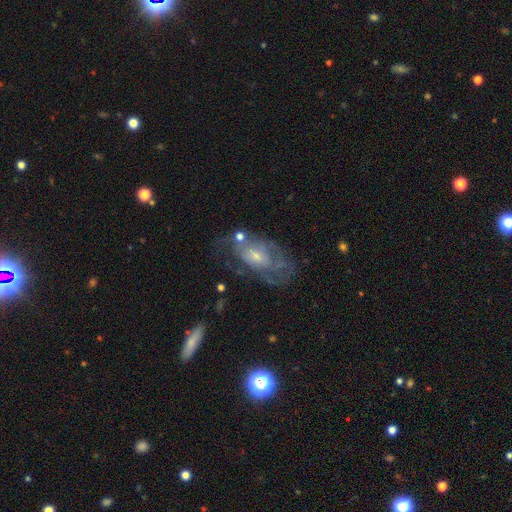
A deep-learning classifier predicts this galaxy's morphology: featured or disk 69%, smooth 23%, star or artifact 8%. Down the decision tree: edge-on disk — no (93%); bar — no (71%); spiral arms — yes (65%); bulge size — small (61%); merging — none (51%).